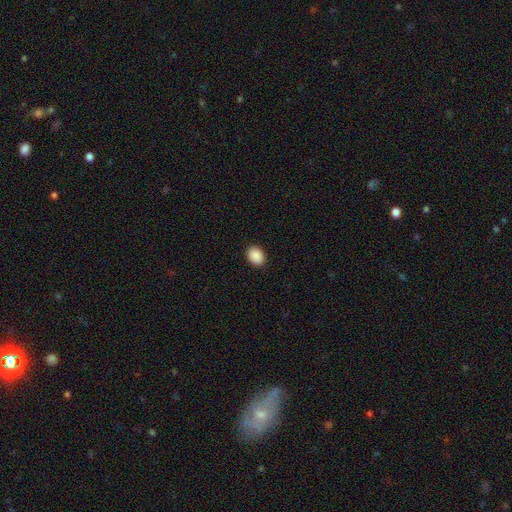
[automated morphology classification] smooth-or-featured: smooth: 90% | star or artifact: 8% | featured or disk: 2%
  how-rounded: in between: 59% | round: 41% | cigar-shaped: 1%
  merging: none: 91% | minor disturbance: 7% | major disturbance: 2% | merger: 1%